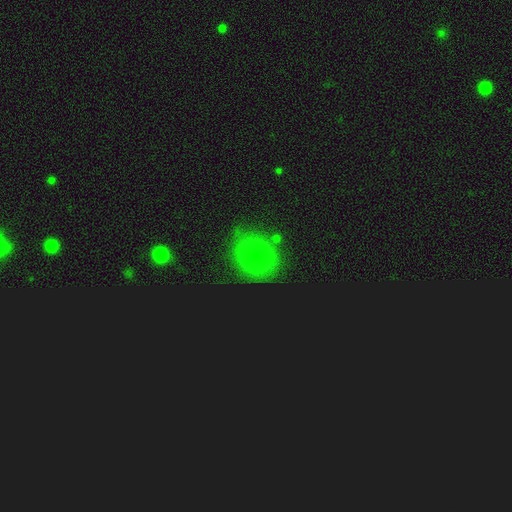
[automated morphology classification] Overall: smooth (60%). How rounded: round (68%; in between 31%). Merging: none (72%).